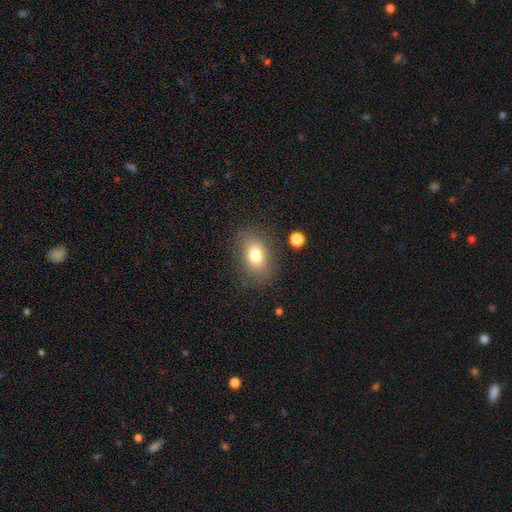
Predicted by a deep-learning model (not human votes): Smooth or featured? smooth (73%)
How rounded? in between (74%)
Merging? none (85%)